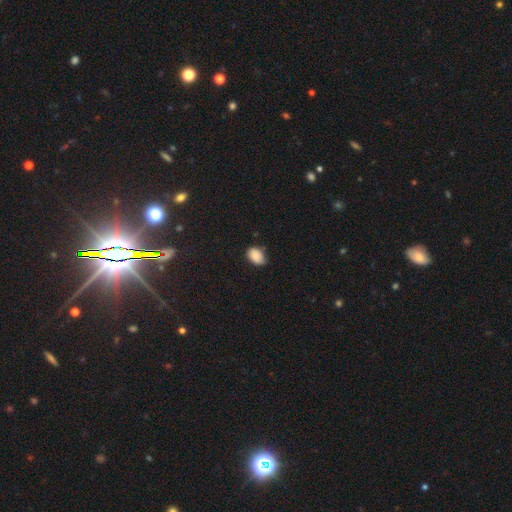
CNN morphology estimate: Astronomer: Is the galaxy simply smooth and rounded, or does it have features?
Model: smooth — 85%.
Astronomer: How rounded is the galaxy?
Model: in between — 80%.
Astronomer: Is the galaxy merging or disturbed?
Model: none — 67%.